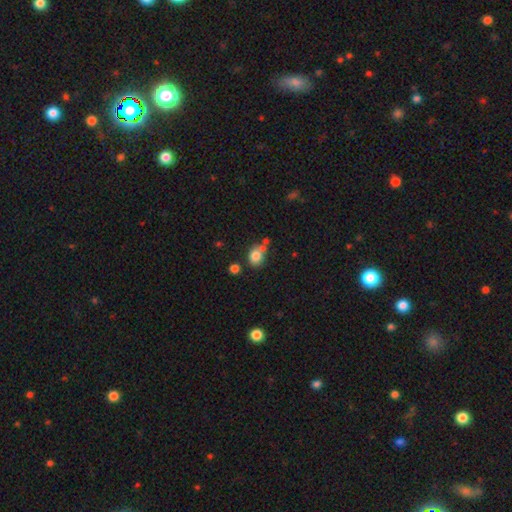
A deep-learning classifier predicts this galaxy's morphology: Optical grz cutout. It shows a smooth galaxy with no disk features (80%) that is round (56%). Merging: none (57%).